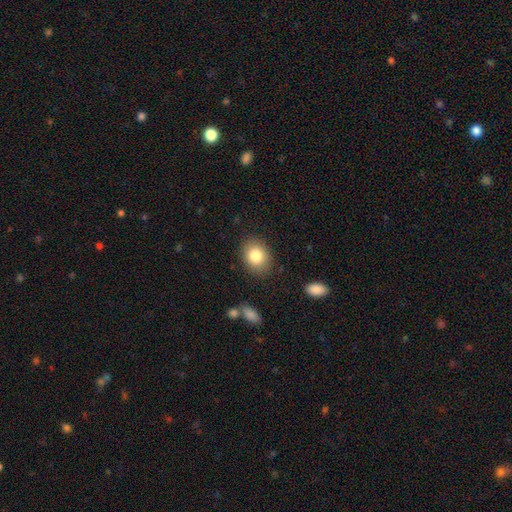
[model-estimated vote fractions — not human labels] Smooth or featured? Predicted: smooth (p=0.83). How rounded? Predicted: in between (p=0.58). Merging? Predicted: none (p=0.85).